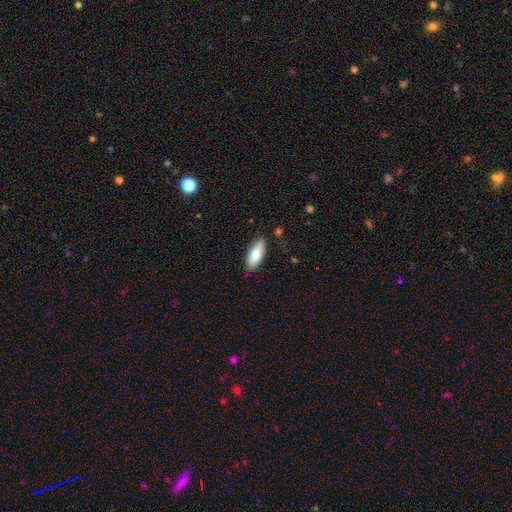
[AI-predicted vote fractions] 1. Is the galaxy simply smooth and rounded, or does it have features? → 77% smooth, 17% featured or disk, 6% star or artifact.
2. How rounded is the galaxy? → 72% in between, 26% cigar-shaped, 2% round.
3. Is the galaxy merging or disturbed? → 83% none, 13% minor disturbance, 2% major disturbance, 2% merger.